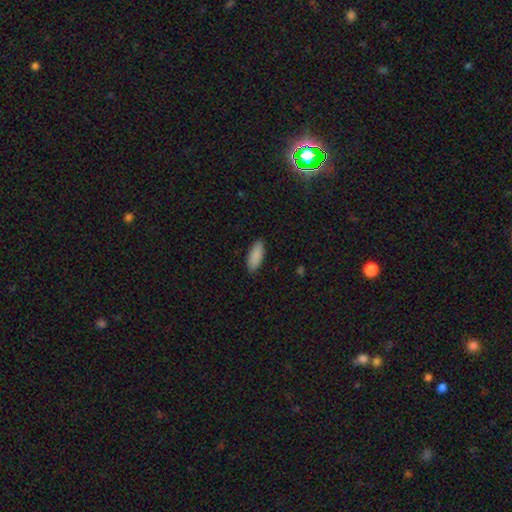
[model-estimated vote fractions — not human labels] Smooth or featured?
  - smooth: 90% *
  - star or artifact: 6%
  - featured or disk: 4%
How rounded?
  - in between: 77% *
  - cigar-shaped: 21%
  - round: 2%
Merging?
  - none: 88% *
  - minor disturbance: 9%
  - major disturbance: 2%
  - merger: 1%